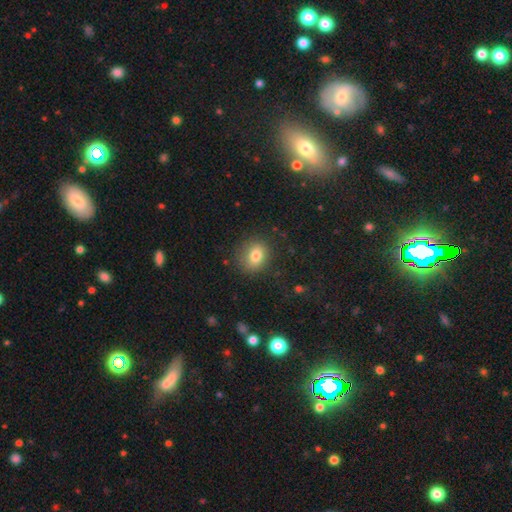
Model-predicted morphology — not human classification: Smooth or featured? Predicted: smooth (p=0.79). How rounded? Predicted: round (p=0.61). Merging? Predicted: none (p=0.82).